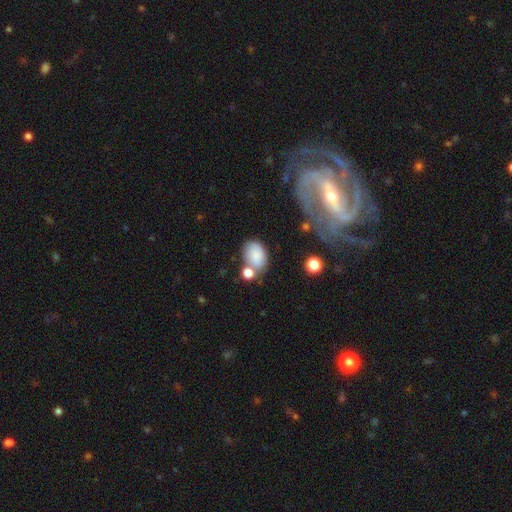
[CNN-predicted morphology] smooth_or_featured: smooth (p=0.82) [alt: featured or disk p=0.10]
how_rounded: in between (p=0.80) [alt: round p=0.19]
merging: none (p=0.48) [alt: merger p=0.25]